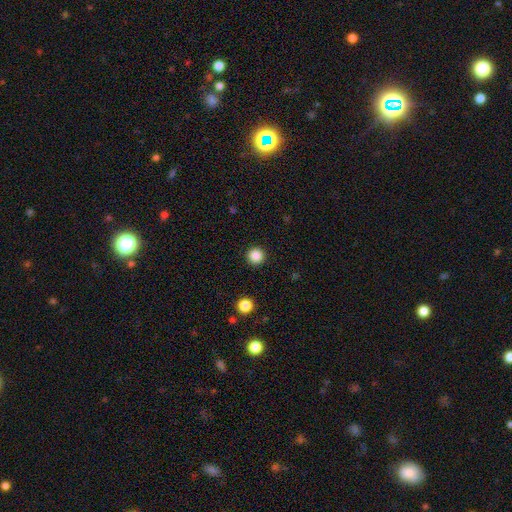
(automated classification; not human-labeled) Morphology: type=smooth (86%); roundness=round (96%); merging=none (93%).